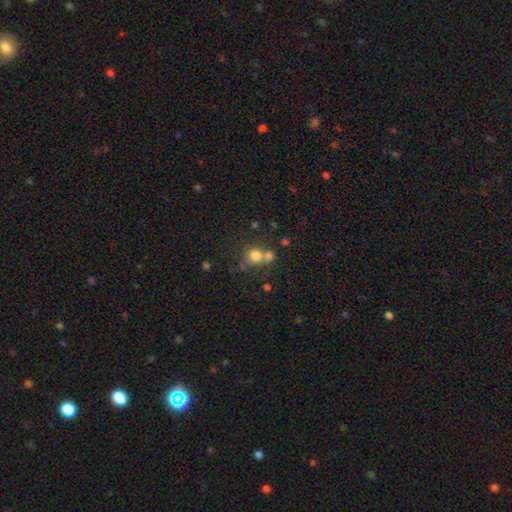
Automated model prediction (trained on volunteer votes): Smooth or featured: smooth — 75% (star or artifact — 14%)
How rounded: round — 83% (in between — 16%)
Merging: none — 45% (merger — 43%)